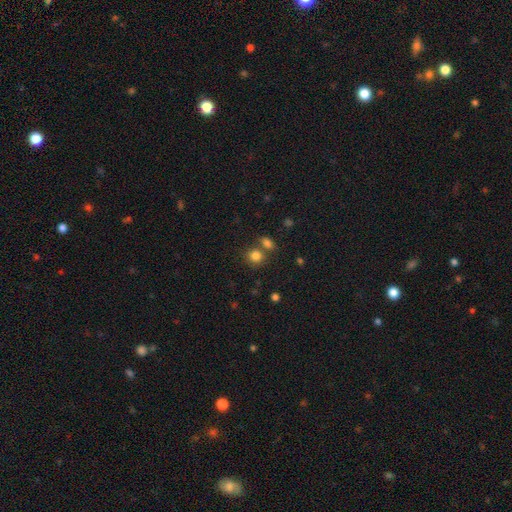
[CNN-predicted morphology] A smooth galaxy with no disk features (82%) that is round (79%). Merging: none (62%).